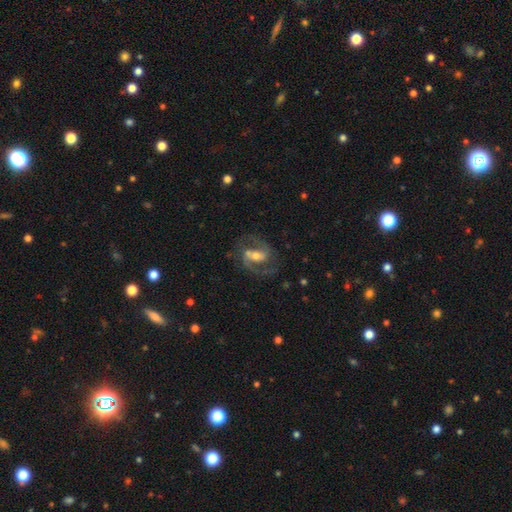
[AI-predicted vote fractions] The model was most divided on "bar": weak: 42%, strong: 34%, no: 24%. More confident: edge-on disk — no (96%); spiral arms — yes (93%); spiral arm count — 2 (89%); smooth or featured — featured or disk (82%); merging — none (70%); spiral winding — medium (60%); bulge size — moderate (55%).